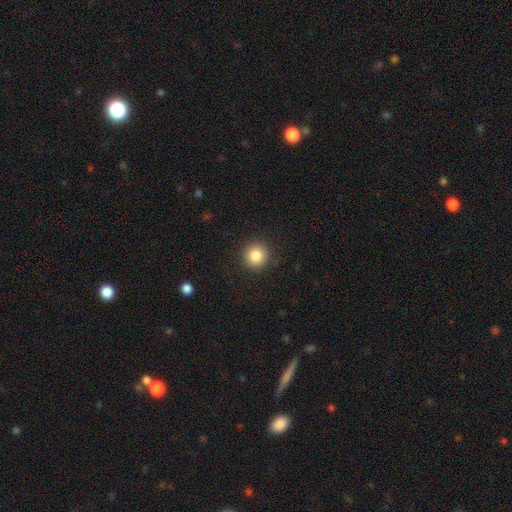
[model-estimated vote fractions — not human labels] Smooth or featured?
  - smooth: 85% *
  - star or artifact: 10%
  - featured or disk: 6%
How rounded?
  - round: 94% *
  - in between: 5%
  - cigar-shaped: 1%
Merging?
  - none: 91% *
  - minor disturbance: 6%
  - major disturbance: 2%
  - merger: 1%